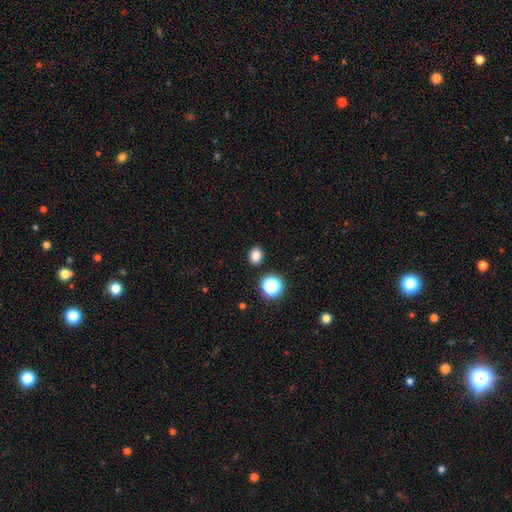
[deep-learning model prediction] smooth-or-featured: smooth: 82% | star or artifact: 14% | featured or disk: 4%
  how-rounded: round: 59% | in between: 40% | cigar-shaped: 1%
  merging: none: 89% | minor disturbance: 6% | merger: 2% | major disturbance: 2%